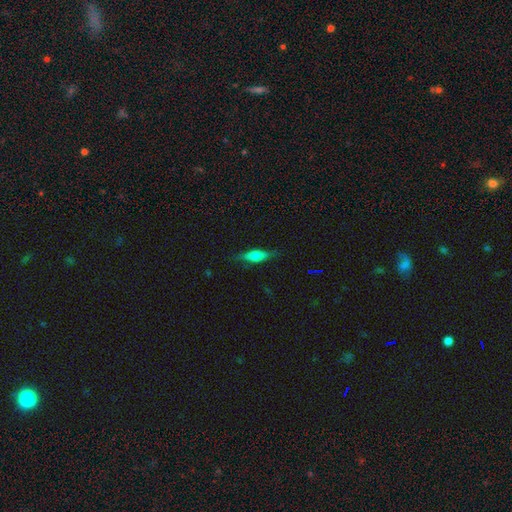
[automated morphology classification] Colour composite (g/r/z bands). It shows a smooth galaxy with no disk features (47%). Merging: none (81%).